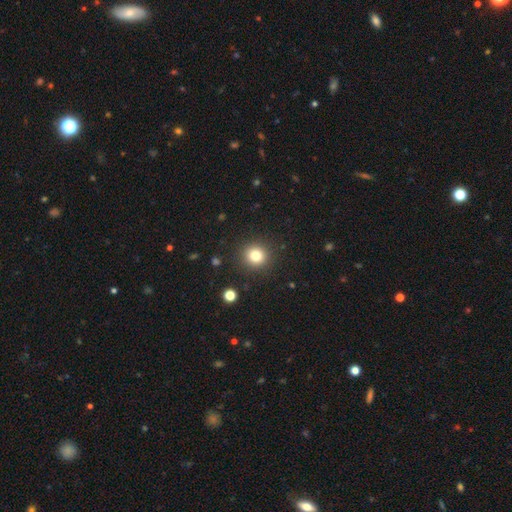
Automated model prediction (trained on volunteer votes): smooth-or-featured: smooth: 81% | star or artifact: 12% | featured or disk: 7%
  how-rounded: round: 91% | in between: 8% | cigar-shaped: 1%
  merging: none: 90% | minor disturbance: 6% | major disturbance: 3% | merger: 1%